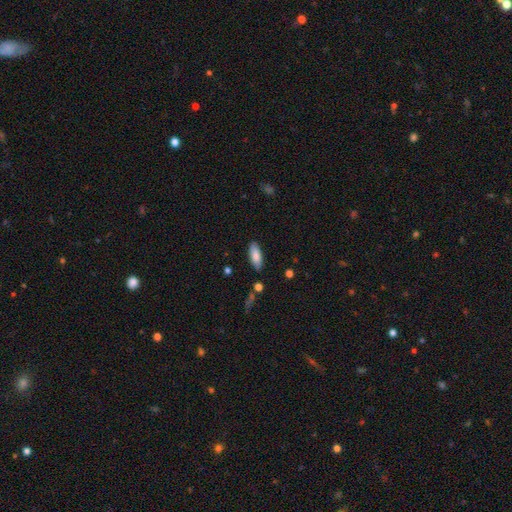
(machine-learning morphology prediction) The model was most divided on "how rounded": in between: 75%, cigar-shaped: 23%, round: 2%. More confident: merging — none (85%); smooth or featured — smooth (83%).